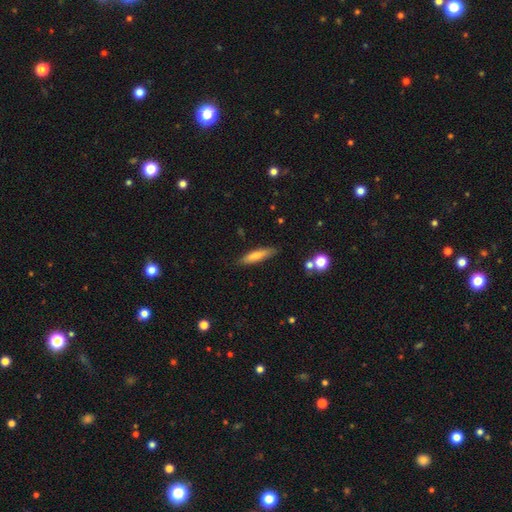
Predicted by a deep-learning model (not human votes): This appears to be a smooth galaxy with no disk features (74%) that is cigar-shaped (80%). Merging: none (84%).